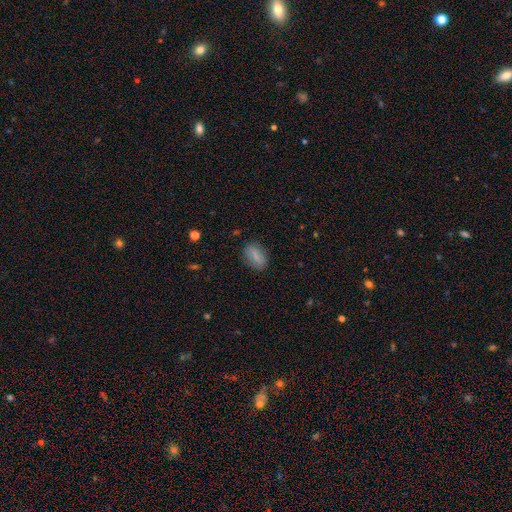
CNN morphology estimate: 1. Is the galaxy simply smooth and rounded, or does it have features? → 82% smooth, 11% featured or disk, 8% star or artifact.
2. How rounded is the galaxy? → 87% in between, 8% round, 5% cigar-shaped.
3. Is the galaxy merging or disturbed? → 83% none, 12% minor disturbance, 3% major disturbance, 1% merger.